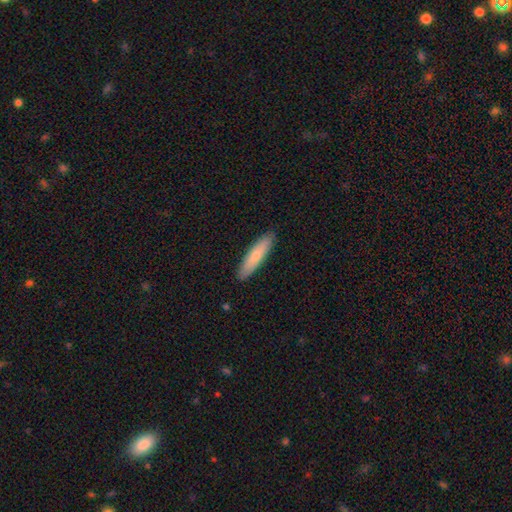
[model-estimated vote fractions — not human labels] This is likely a smooth galaxy (72%). How rounded: likely cigar-shaped (79%). Merging: clearly none (90%).